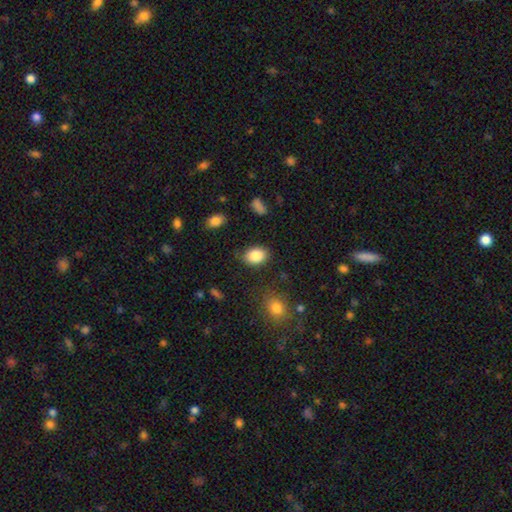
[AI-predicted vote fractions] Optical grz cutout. It shows a smooth galaxy with no disk features (86%) that is in between round and cigar-shaped (76%). Merging: none (79%).